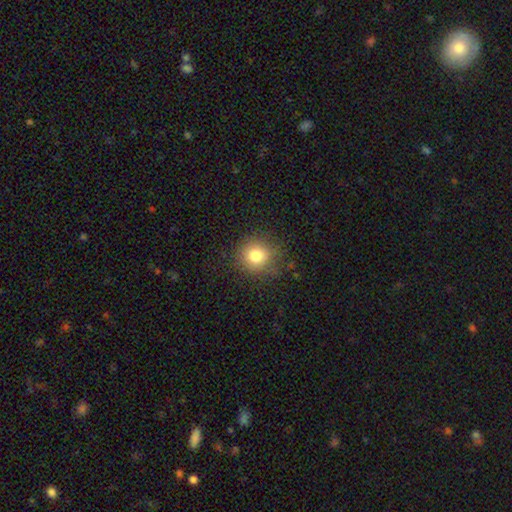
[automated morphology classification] smooth_or_featured: smooth (p=0.80) [alt: star or artifact p=0.12]
how_rounded: round (p=0.87) [alt: in between p=0.12]
merging: none (p=0.81) [alt: minor disturbance p=0.13]